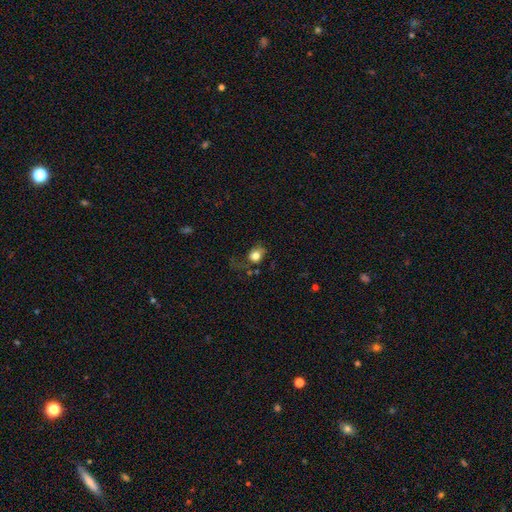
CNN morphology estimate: smooth 78%, featured or disk 12%, star or artifact 10%. Down the decision tree: how rounded — round (61%); merging — none (44%).